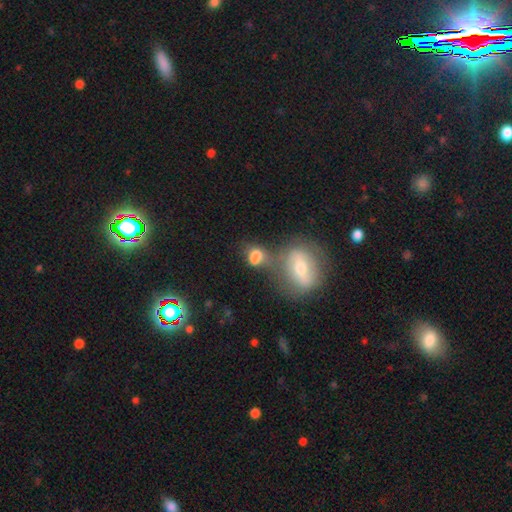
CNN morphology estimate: smooth_or_featured: smooth (p=0.71) [alt: featured or disk p=0.17]
how_rounded: in between (p=0.64) [alt: round p=0.33]
merging: merger (p=0.41) [alt: none p=0.35]